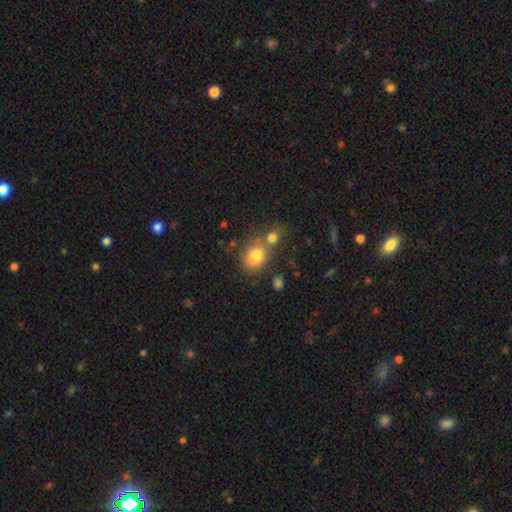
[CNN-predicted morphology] This appears to be a smooth galaxy with no disk features (79%) that is in between round and cigar-shaped (50%). Merging: none (43%).